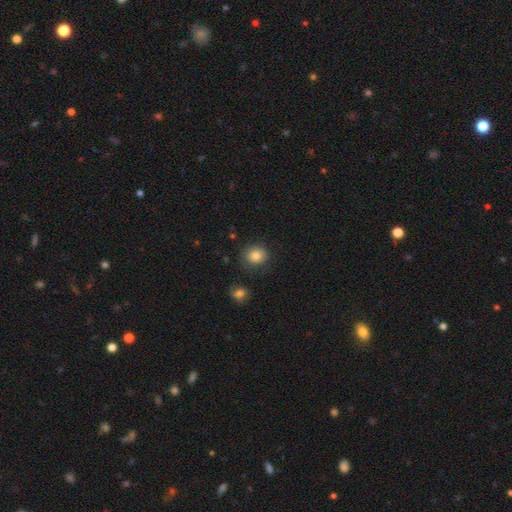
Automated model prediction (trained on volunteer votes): Smooth or featured? smooth (81%)
How rounded? round (80%)
Merging? none (78%)